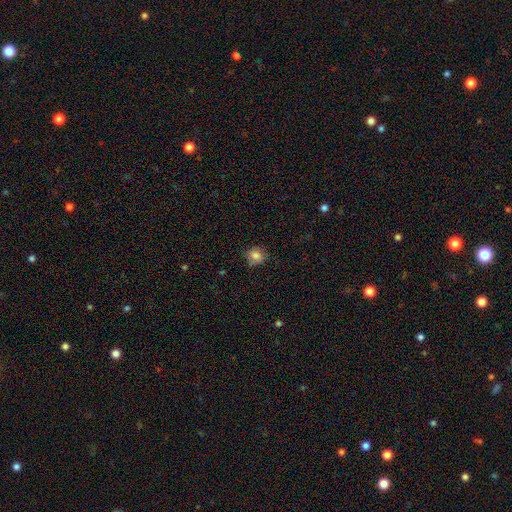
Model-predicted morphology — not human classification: A smooth galaxy with no disk features (82%) that is round (81%). Merging: none (80%).